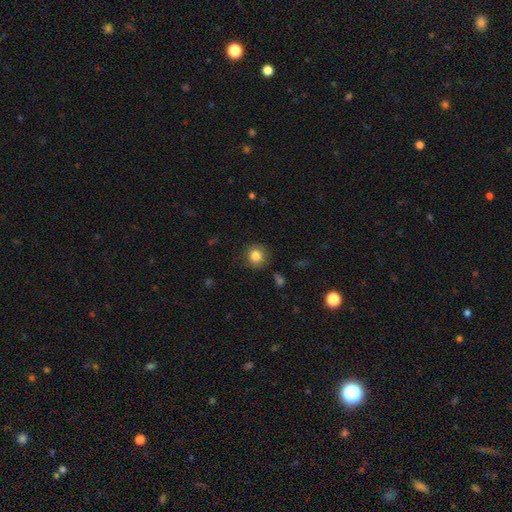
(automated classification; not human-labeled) smooth 84%, star or artifact 10%, featured or disk 6%. Down the decision tree: how rounded — round (89%); merging — none (86%).